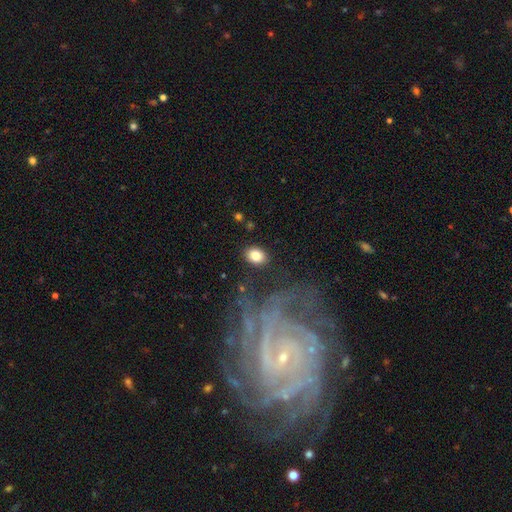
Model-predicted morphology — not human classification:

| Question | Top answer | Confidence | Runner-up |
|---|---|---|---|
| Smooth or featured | smooth | 81% | featured or disk (11%) |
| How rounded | in between | 69% | round (30%) |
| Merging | none | 85% | minor disturbance (10%) |